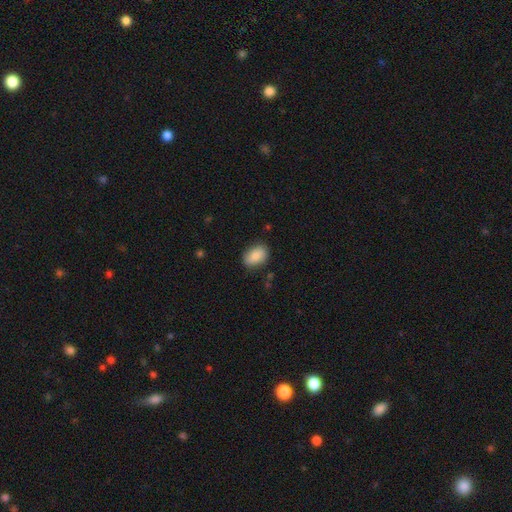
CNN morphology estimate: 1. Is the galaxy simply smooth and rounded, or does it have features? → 81% smooth, 12% featured or disk, 7% star or artifact.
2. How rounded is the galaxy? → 82% in between, 17% round, 1% cigar-shaped.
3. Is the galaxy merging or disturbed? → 82% none, 14% minor disturbance, 3% major disturbance, 1% merger.